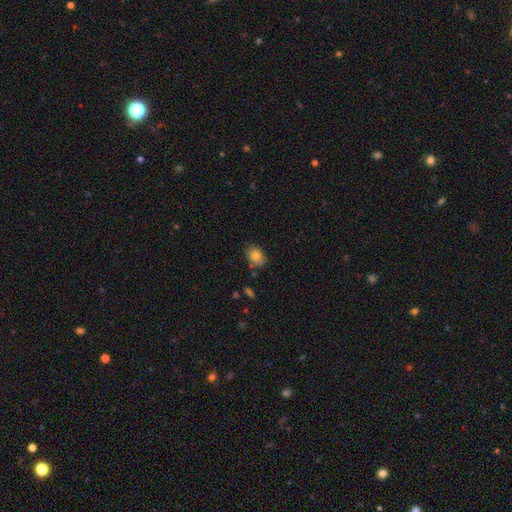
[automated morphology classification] smooth_or_featured: smooth (p=0.81) [alt: featured or disk p=0.10]
how_rounded: in between (p=0.73) [alt: round p=0.26]
merging: none (p=0.79) [alt: minor disturbance p=0.15]